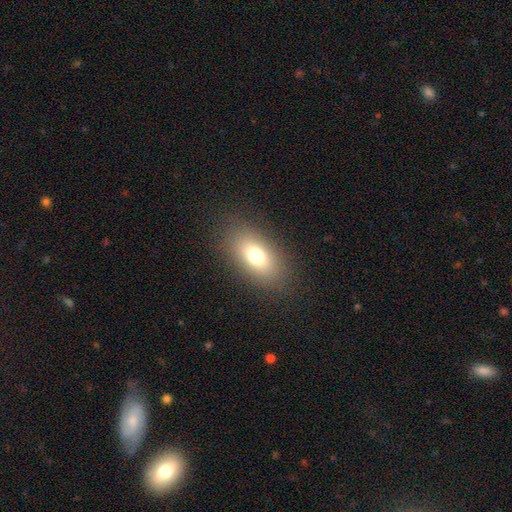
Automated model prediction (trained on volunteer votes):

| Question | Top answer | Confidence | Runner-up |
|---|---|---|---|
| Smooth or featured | smooth | 73% | featured or disk (15%) |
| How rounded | in between | 86% | round (10%) |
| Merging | none | 84% | minor disturbance (10%) |